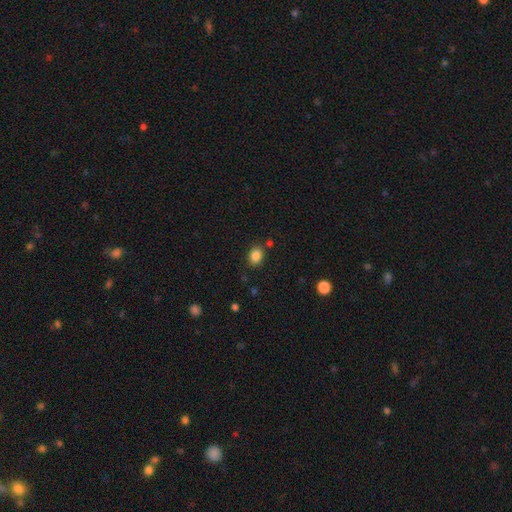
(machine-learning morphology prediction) smooth-or-featured: smooth: 85% | star or artifact: 10% | featured or disk: 5%
  how-rounded: in between: 58% | round: 41% | cigar-shaped: 1%
  merging: none: 80% | minor disturbance: 11% | merger: 5% | major disturbance: 3%